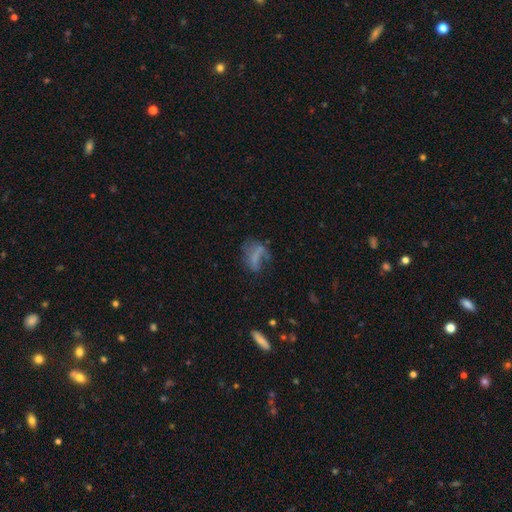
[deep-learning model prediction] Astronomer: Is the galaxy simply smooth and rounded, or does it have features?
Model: smooth — 51% (runner-up: featured or disk, 33%).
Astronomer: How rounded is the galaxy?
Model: in between — 71%.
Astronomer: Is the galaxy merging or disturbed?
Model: major disturbance — 38% (runner-up: none, 33%).